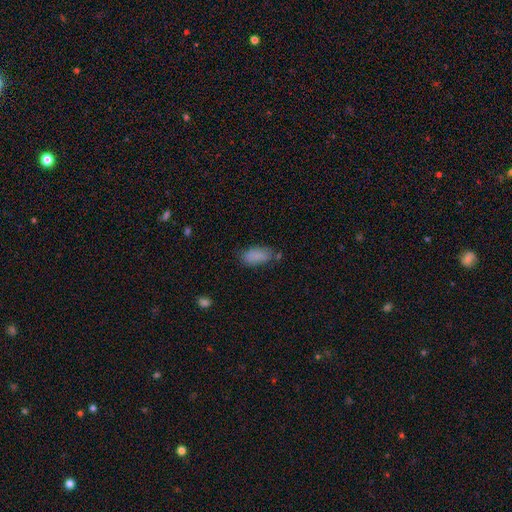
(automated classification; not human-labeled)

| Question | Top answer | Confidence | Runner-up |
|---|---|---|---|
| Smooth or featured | smooth | 86% | star or artifact (8%) |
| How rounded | in between | 92% | cigar-shaped (4%) |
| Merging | none | 66% | minor disturbance (22%) |